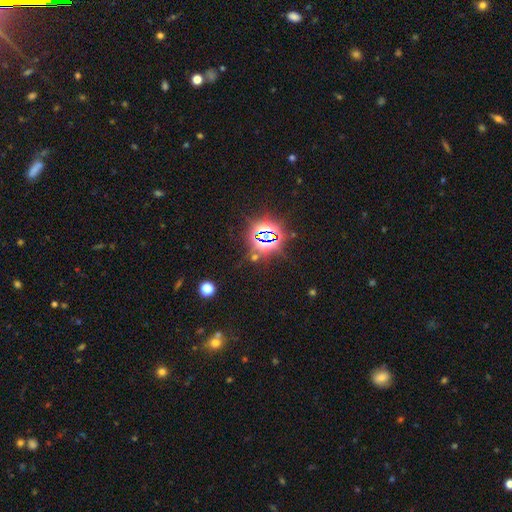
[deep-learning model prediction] Overall: star or artifact (80%).